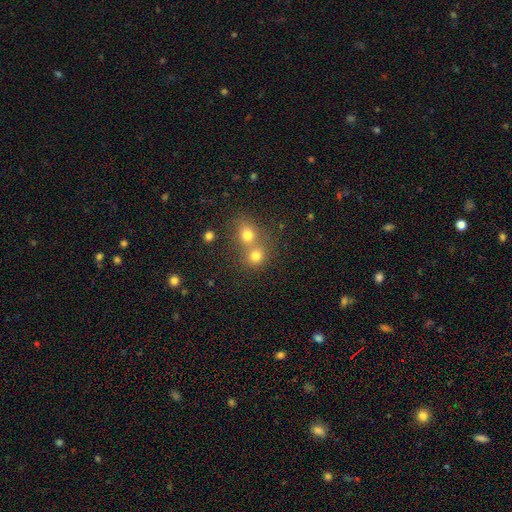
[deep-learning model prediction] A smooth galaxy with no disk features (76%) that is round (80%). Merging: merger (51%).